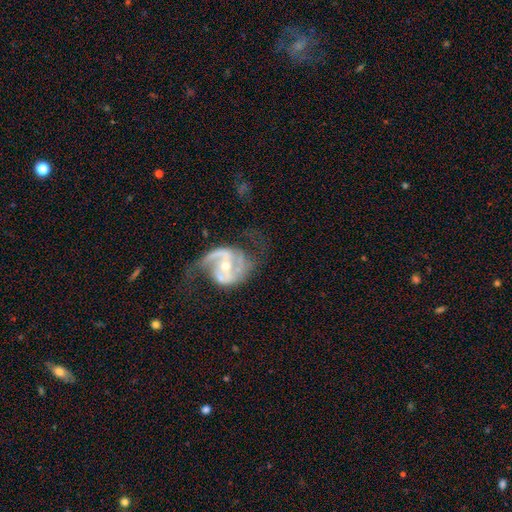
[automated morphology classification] Smooth or featured? Predicted: featured or disk (p=0.84). Edge-on disk? Predicted: no (p=0.97). Bar? Predicted: no (p=0.41). Spiral arms? Predicted: yes (p=0.93). Spiral winding? Predicted: medium (p=0.47). Spiral arm count? Predicted: 2 (p=0.80). Bulge size? Predicted: small (p=0.49). Merging? Predicted: none (p=0.47).